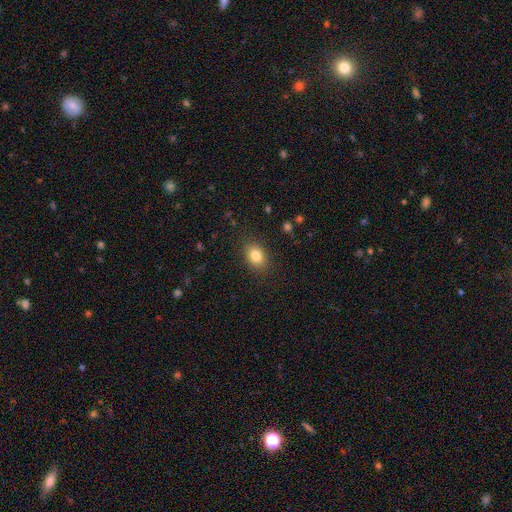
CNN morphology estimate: Overall: smooth (83%). How rounded: in between (72%). Merging: none (87%).